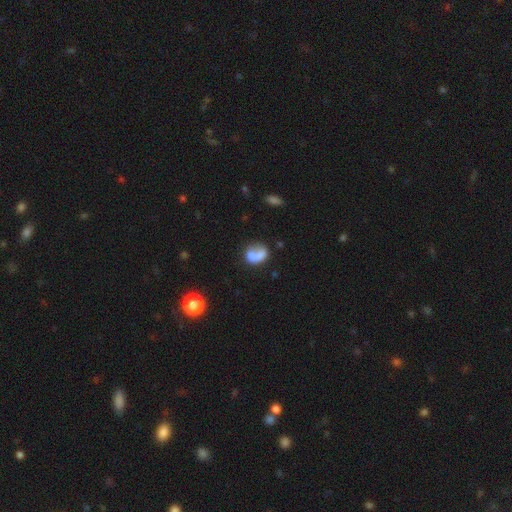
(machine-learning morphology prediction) The model was most divided on "how rounded": in between: 55%, round: 43%, cigar-shaped: 2%. Remaining: smooth or featured — smooth (61%); merging — none (39%).